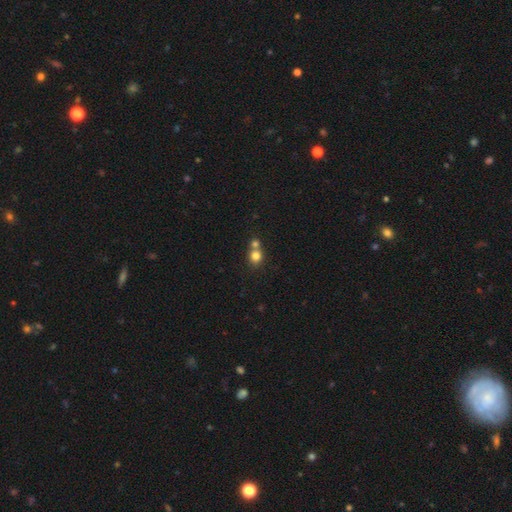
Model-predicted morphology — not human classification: Smooth or featured? Predicted: smooth (p=0.80). How rounded? Predicted: round (p=0.81). Merging? Predicted: merger (p=0.46).